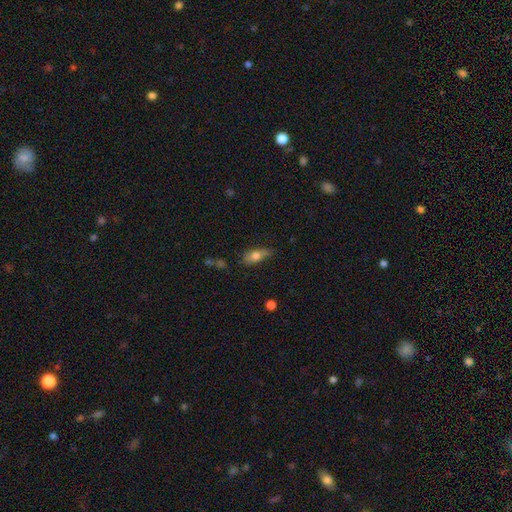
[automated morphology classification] type=smooth (72%); roundness=in between (78%); merging=none (59%).